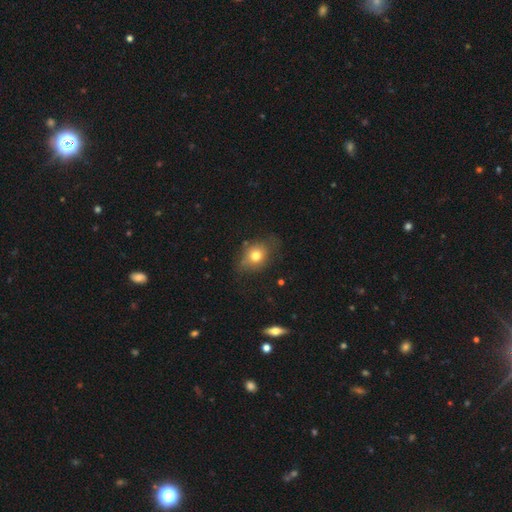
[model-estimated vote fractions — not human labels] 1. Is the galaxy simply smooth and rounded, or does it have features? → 75% smooth, 15% featured or disk, 11% star or artifact.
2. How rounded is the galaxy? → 51% in between, 47% round, 2% cigar-shaped.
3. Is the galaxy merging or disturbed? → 61% none, 27% minor disturbance, 9% major disturbance, 2% merger.